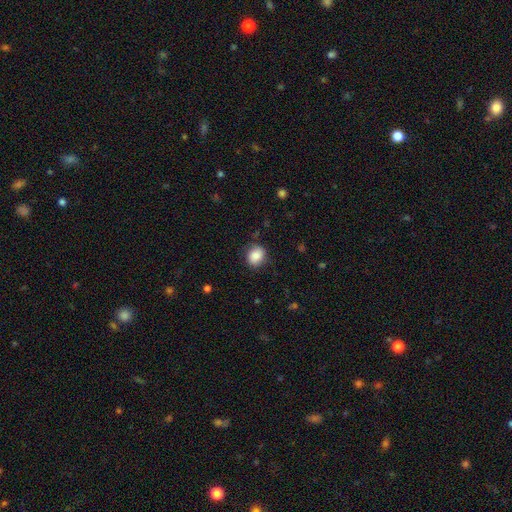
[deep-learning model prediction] smooth_or_featured: smooth (p=0.86) [alt: star or artifact p=0.08]
how_rounded: round (p=0.54) [alt: in between p=0.45]
merging: none (p=0.81) [alt: minor disturbance p=0.14]